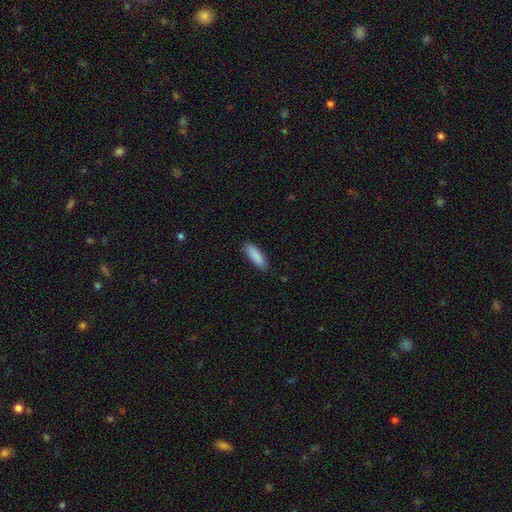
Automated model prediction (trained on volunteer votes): Smooth or featured? smooth (89%)
How rounded? in between (57%)
Merging? none (84%)